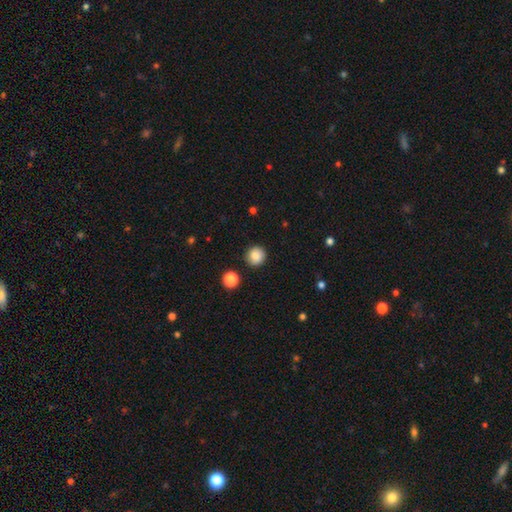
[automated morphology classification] smooth 87%, star or artifact 9%, featured or disk 4%. Down the decision tree: how rounded — round (93%); merging — none (90%).